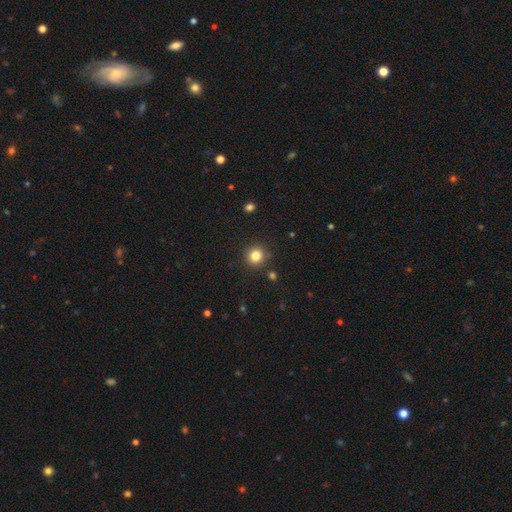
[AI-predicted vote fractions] Overall: smooth (82%). How rounded: round (92%). Merging: none (89%).